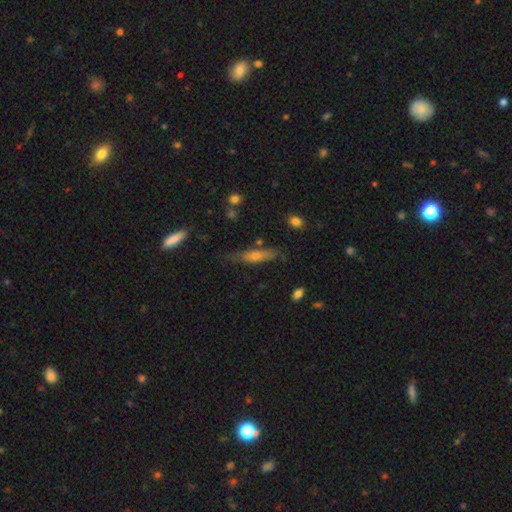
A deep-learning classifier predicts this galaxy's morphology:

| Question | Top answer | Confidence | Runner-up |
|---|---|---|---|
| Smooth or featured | smooth | 49% | featured or disk (43%) |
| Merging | none | 70% | minor disturbance (22%) |